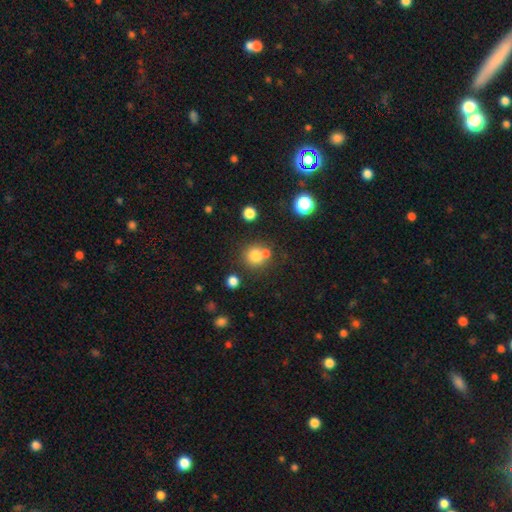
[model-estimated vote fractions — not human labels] smooth-or-featured: smooth: 77% | star or artifact: 13% | featured or disk: 10%
  how-rounded: round: 90% | in between: 9% | cigar-shaped: 1%
  merging: none: 60% | merger: 28% | minor disturbance: 8% | major disturbance: 3%